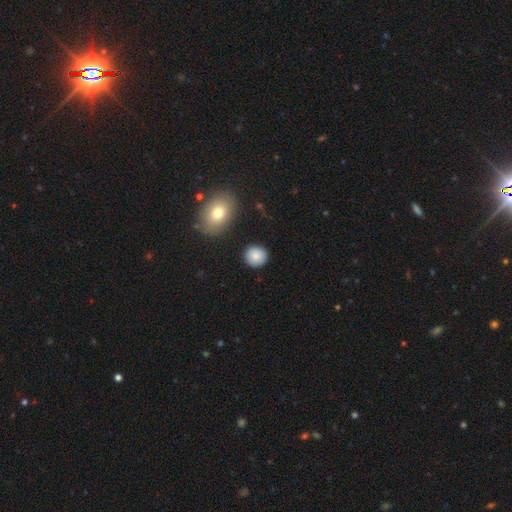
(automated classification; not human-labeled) Smooth or featured: smooth — 87% (star or artifact — 8%)
How rounded: round — 89% (in between — 10%)
Merging: none — 90% (minor disturbance — 6%)